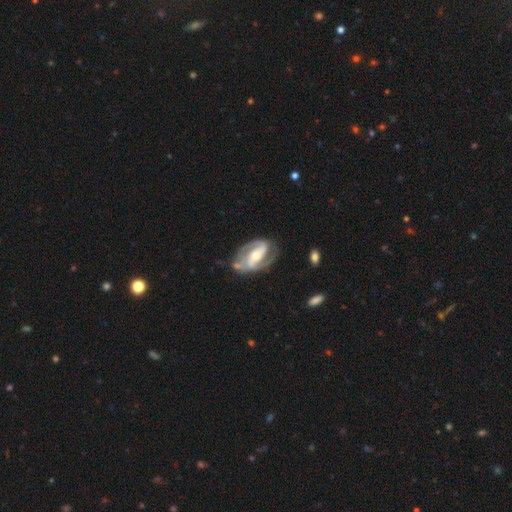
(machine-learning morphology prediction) Overall: featured or disk (87%). Edge-on disk: no (97%). Bar: strong (43%; weak 33%). Spiral arms: yes (94%). Spiral arm count: 2 (86%). Spiral winding: medium (50%; tight 35%). Bulge size: moderate (65%; small 26%). Merging: none (65%).